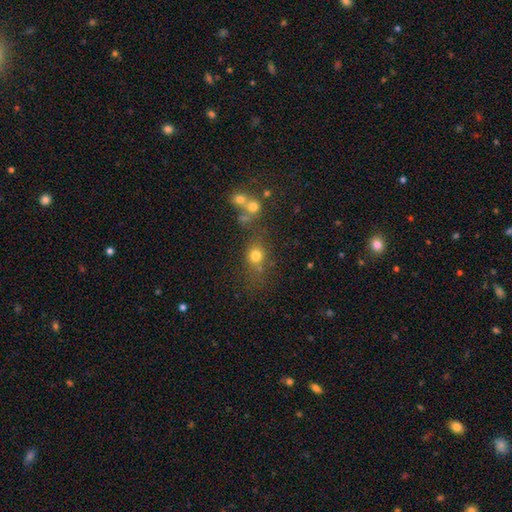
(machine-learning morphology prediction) Smooth or featured? Predicted: smooth (p=0.73). How rounded? Predicted: round (p=0.72). Merging? Predicted: none (p=0.61).